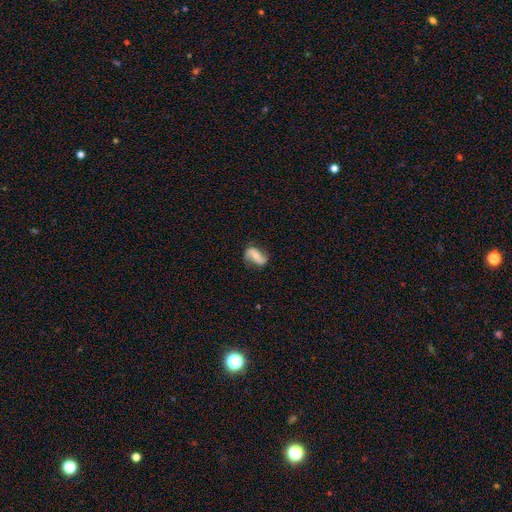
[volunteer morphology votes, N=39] smooth_or_featured: featured or disk (p=0.67) [alt: smooth p=0.33]
disk_edge_on: no (p=0.92) [alt: yes p=0.08]
bar: weak (p=0.42) [alt: strong p=0.33]
has_spiral_arms: yes (p=0.92) [alt: no p=0.08]
spiral_winding: loose (p=0.73) [alt: medium p=0.18]
spiral_arm_count: 2 (p=0.91) [alt: can't tell p=0.09]
bulge_size: moderate (p=0.46) [tied with: small p=0.46]
merging: none (p=0.77) [alt: minor disturbance p=0.15]